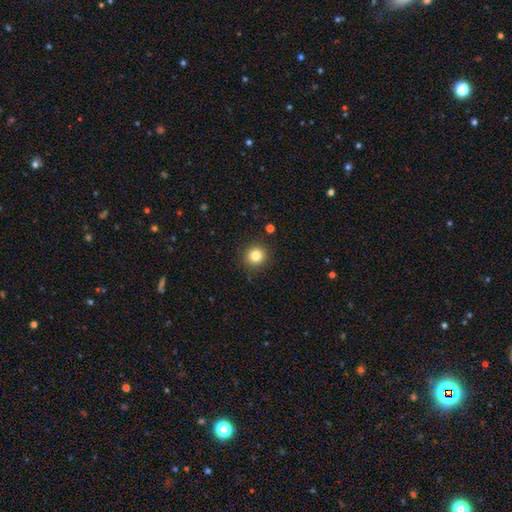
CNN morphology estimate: Q: Smooth or featured?
A: smooth (82%); runner-up: star or artifact (12%)
Q: How rounded?
A: round (92%); runner-up: in between (7%)
Q: Merging?
A: none (90%); runner-up: minor disturbance (7%)